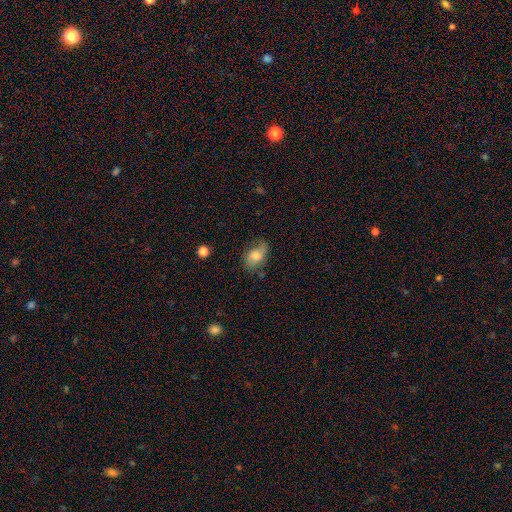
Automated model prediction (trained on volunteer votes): A smooth galaxy with no disk features (57%) that is in between round and cigar-shaped (84%). Merging: none (58%).